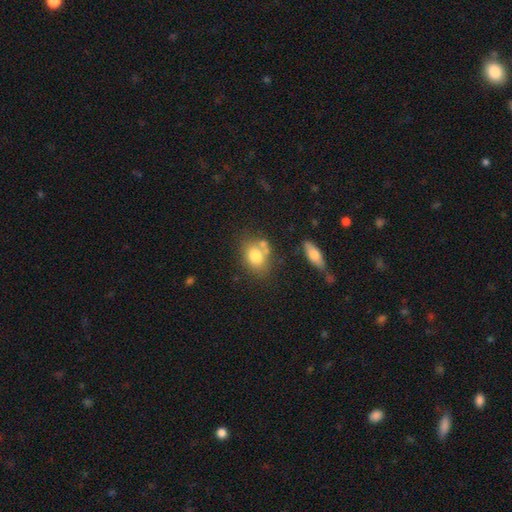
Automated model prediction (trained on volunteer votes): smooth-or-featured: smooth: 76% | featured or disk: 15% | star or artifact: 9%
  how-rounded: in between: 60% | round: 39% | cigar-shaped: 1%
  merging: none: 51% | merger: 26% | minor disturbance: 17% | major disturbance: 6%